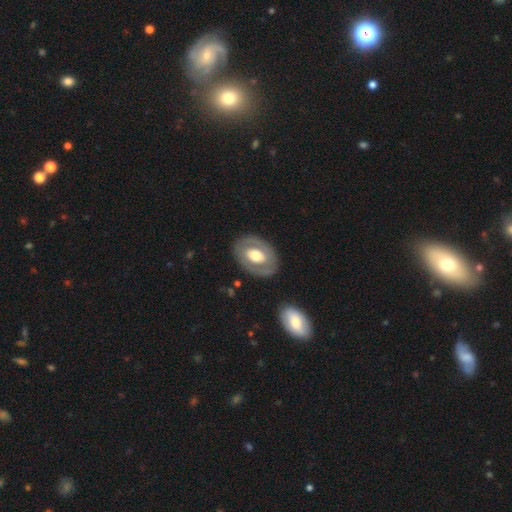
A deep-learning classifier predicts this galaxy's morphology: smooth-or-featured: featured or disk: 53% | smooth: 42% | star or artifact: 5%
  disk-edge-on: no: 92% | yes: 8%
  merging: none: 82% | minor disturbance: 11% | major disturbance: 5% | merger: 2%